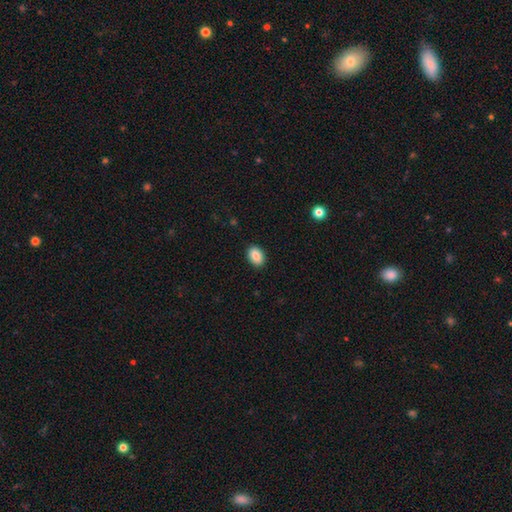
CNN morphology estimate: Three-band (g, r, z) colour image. It shows a smooth galaxy with no disk features (87%) that is in between round and cigar-shaped (81%). Merging: none (90%).